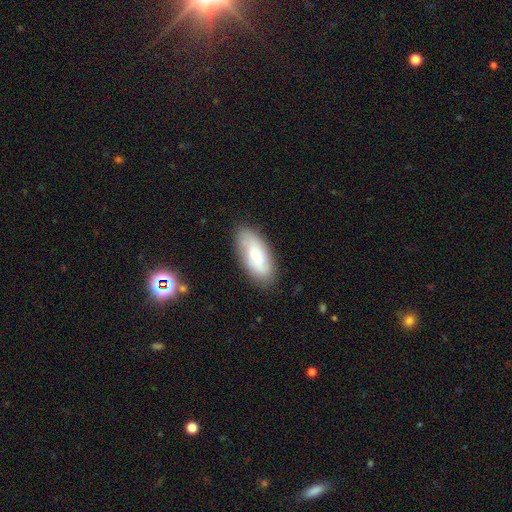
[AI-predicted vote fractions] smooth_or_featured: smooth (p=0.58) [alt: featured or disk p=0.34]
how_rounded: in between (p=0.84) [alt: cigar-shaped p=0.13]
merging: none (p=0.83) [alt: minor disturbance p=0.13]